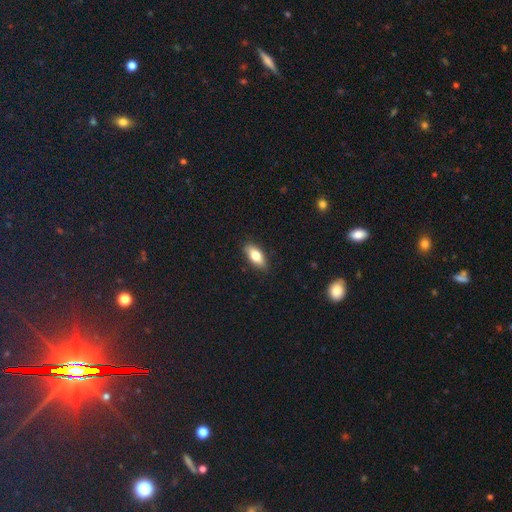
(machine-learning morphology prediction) A smooth galaxy with no disk features (79%) that is in between round and cigar-shaped (84%). Merging: none (88%).